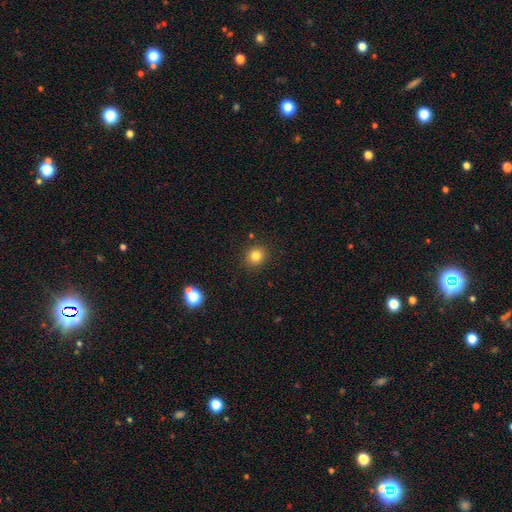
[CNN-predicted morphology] Smooth or featured?
  - smooth: 81% *
  - star or artifact: 13%
  - featured or disk: 6%
How rounded?
  - round: 89% *
  - in between: 10%
  - cigar-shaped: 1%
Merging?
  - none: 89% *
  - minor disturbance: 7%
  - major disturbance: 2%
  - merger: 2%